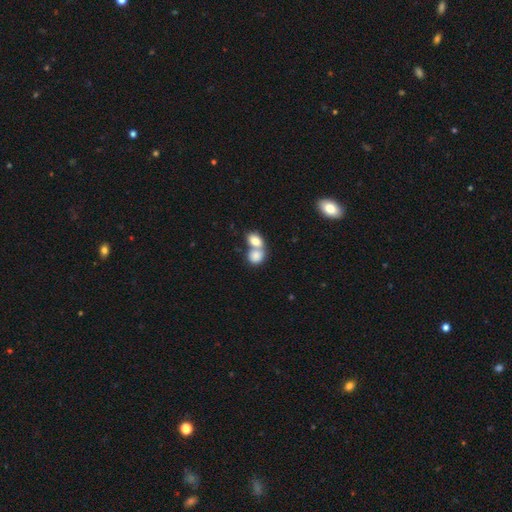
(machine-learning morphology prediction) A smooth galaxy with no disk features (81%) that is in between round and cigar-shaped (54%). Merging: merger (70%).